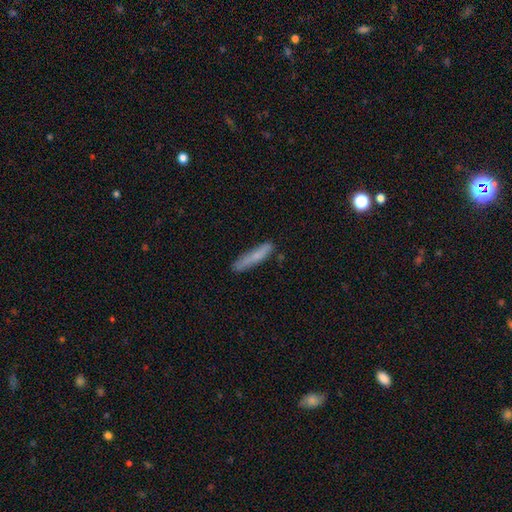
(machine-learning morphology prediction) This is likely a smooth galaxy (72%). How rounded: clearly cigar-shaped (89%). Merging: likely none (78%).